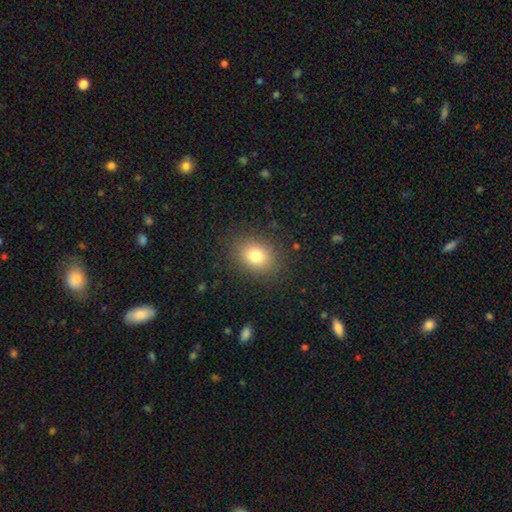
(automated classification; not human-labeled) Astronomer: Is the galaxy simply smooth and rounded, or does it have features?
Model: smooth — 78%.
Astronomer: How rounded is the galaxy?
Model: in between — 56% (runner-up: round, 43%).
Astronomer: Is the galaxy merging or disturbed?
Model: none — 85%.